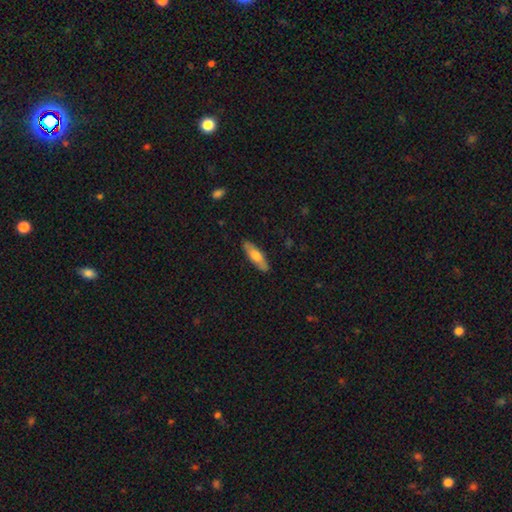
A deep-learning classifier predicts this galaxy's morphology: smooth 65%, featured or disk 30%, star or artifact 5%. Down the decision tree: how rounded — cigar-shaped (60%); merging — none (87%).